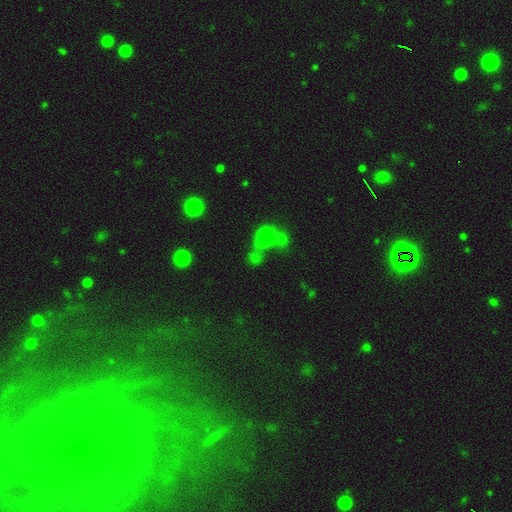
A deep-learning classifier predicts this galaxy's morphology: Overall: smooth (70%). How rounded: round (84%). Merging: none (46%; merger 32%).